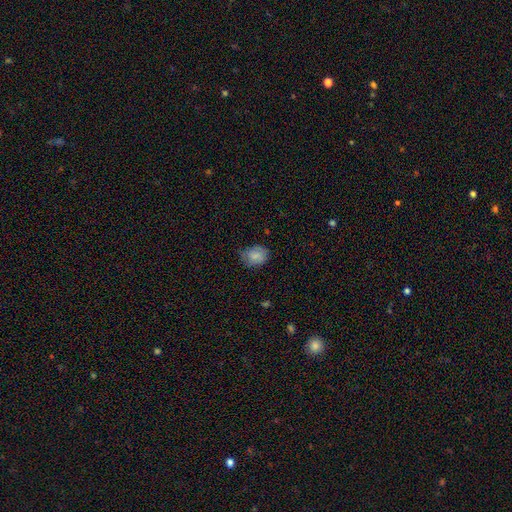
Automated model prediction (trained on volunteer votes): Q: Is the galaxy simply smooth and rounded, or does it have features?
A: smooth — 81%.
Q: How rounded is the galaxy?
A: in between — 51%.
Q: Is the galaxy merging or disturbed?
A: none — 66%.